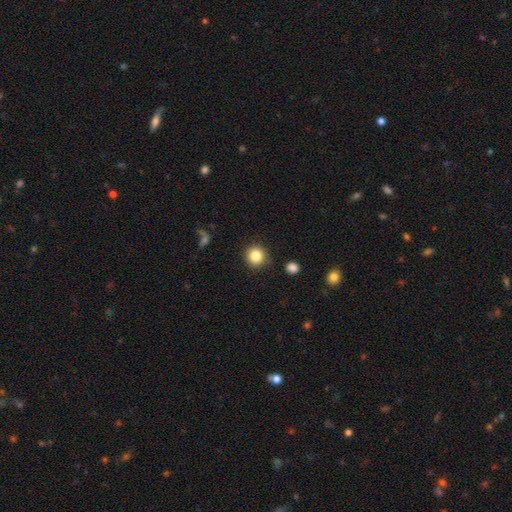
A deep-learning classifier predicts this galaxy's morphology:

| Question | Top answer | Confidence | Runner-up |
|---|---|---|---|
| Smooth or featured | smooth | 85% | star or artifact (10%) |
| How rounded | round | 93% | in between (6%) |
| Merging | none | 87% | minor disturbance (8%) |